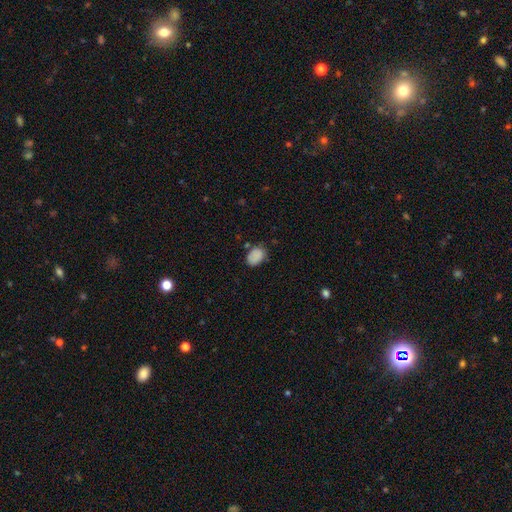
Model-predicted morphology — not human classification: A smooth galaxy with no disk features (86%) that is in between round and cigar-shaped (77%).

Vote fractions:
- Smooth or featured? smooth: 86% / star or artifact: 9% / featured or disk: 5%
- How rounded? in between: 77% / round: 22% / cigar-shaped: 1%
- Merging? none: 70% / minor disturbance: 22% / major disturbance: 5% / merger: 3%